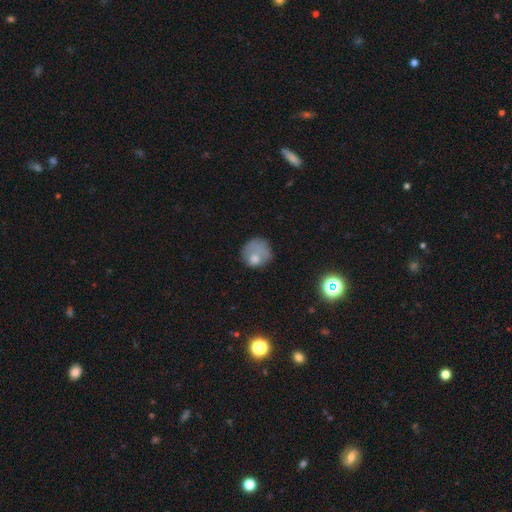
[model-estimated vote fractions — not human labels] This appears to be a smooth galaxy with no disk features (68%) that is round (76%). Merging: none (42%).